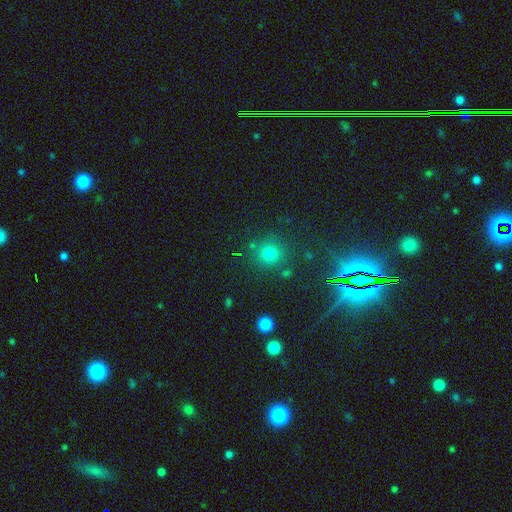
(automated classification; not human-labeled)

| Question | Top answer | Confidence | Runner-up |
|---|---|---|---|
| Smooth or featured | star or artifact | 51% | smooth (40%) |